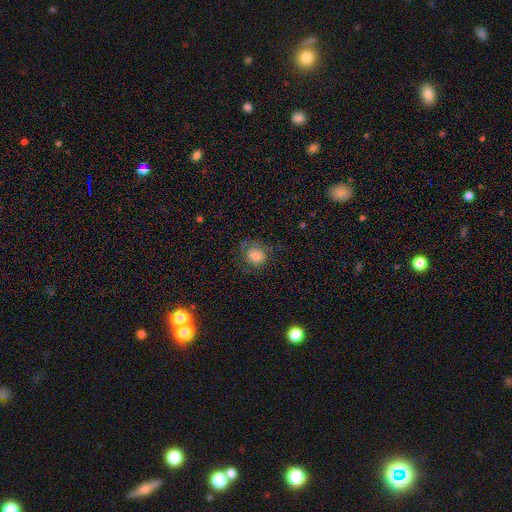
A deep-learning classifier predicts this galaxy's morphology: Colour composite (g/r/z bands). It shows a smooth galaxy with no disk features (71%) that is round (72%). Merging: none (64%).